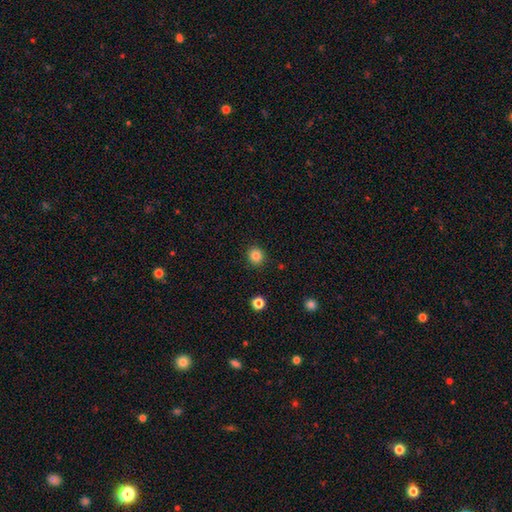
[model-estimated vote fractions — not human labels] smooth 84%, star or artifact 12%, featured or disk 4%. Down the decision tree: how rounded — round (90%); merging — none (91%).